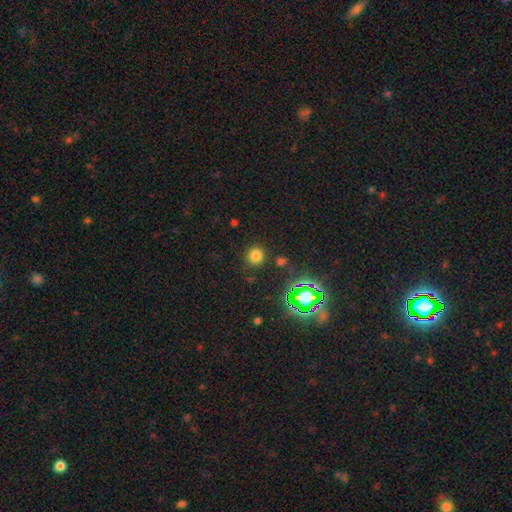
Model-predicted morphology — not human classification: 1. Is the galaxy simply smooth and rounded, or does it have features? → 72% smooth, 22% star or artifact, 6% featured or disk.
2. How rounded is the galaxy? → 90% round, 9% in between, 1% cigar-shaped.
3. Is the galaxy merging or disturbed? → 87% none, 7% minor disturbance, 3% major disturbance, 3% merger.